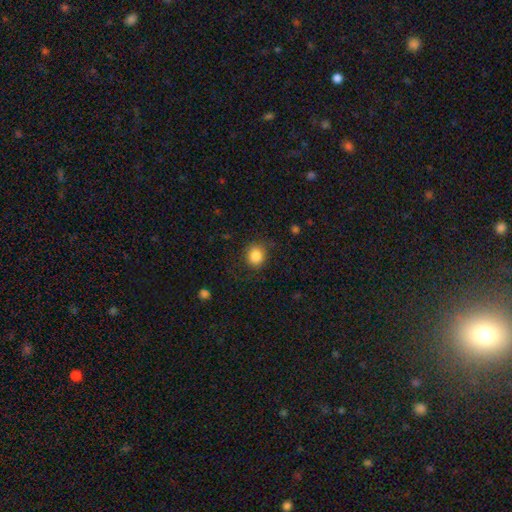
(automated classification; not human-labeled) Overall: smooth (85%). How rounded: round (79%). Merging: none (81%).